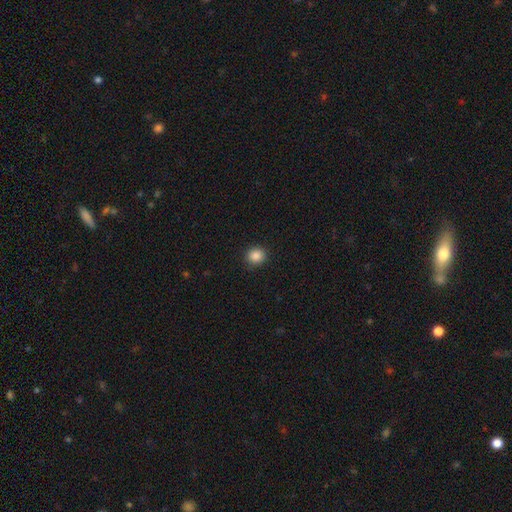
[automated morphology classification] This appears to be a smooth galaxy with no disk features (87%) that is round (87%). Merging: none (90%).